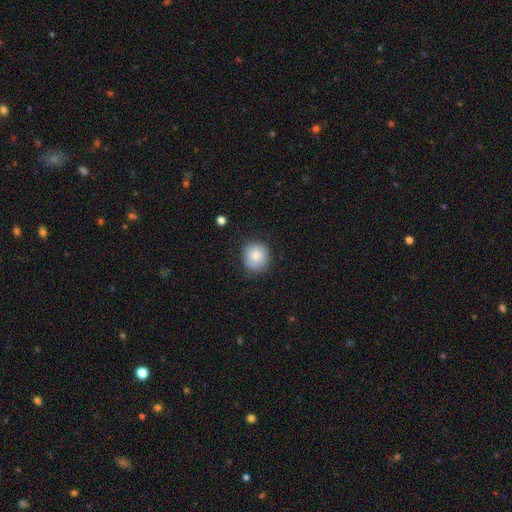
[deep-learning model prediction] The model was most divided on "merging": none: 75%, minor disturbance: 19%, major disturbance: 4%, merger: 1%. More confident: how rounded — round (88%); smooth or featured — smooth (81%).